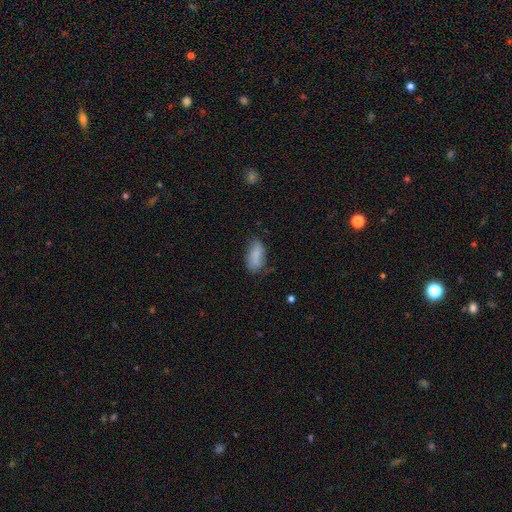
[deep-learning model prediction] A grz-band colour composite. It shows a smooth galaxy with no disk features (83%) that is in between round and cigar-shaped (90%). Merging: none (61%).